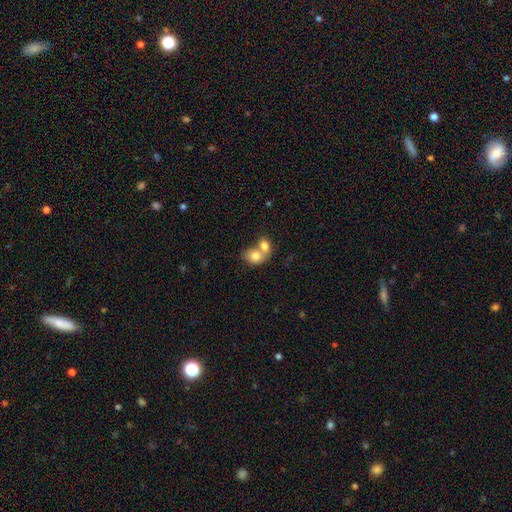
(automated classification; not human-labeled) This is likely a smooth galaxy (78%). How rounded: possibly in between (51%). Merging: likely merger (69%).